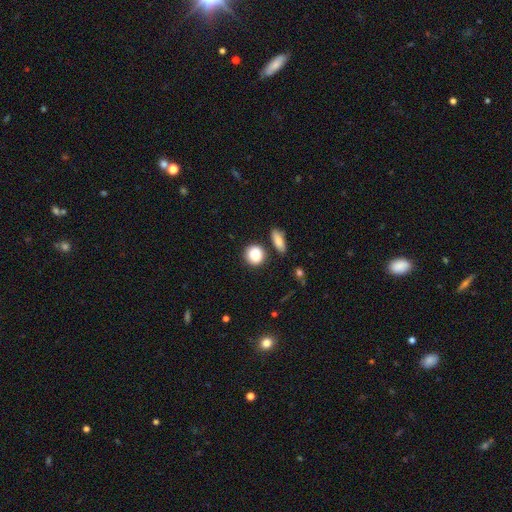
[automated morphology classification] A smooth galaxy with no disk features (85%) that is round (84%).

Vote fractions:
- Smooth or featured? smooth: 85% / star or artifact: 8% / featured or disk: 7%
- How rounded? round: 84% / in between: 14% / cigar-shaped: 2%
- Merging? none: 78% / minor disturbance: 11% / merger: 8% / major disturbance: 3%